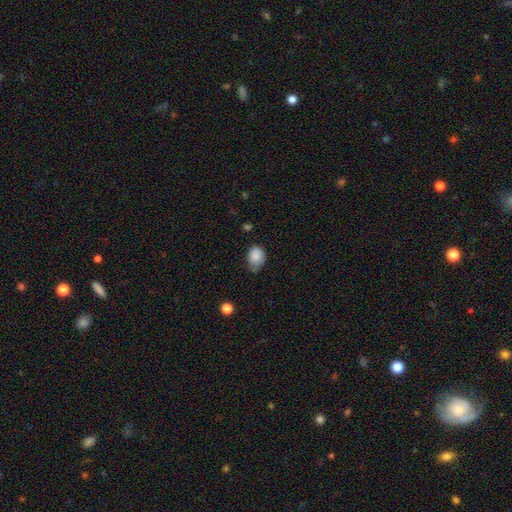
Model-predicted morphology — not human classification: smooth 86%, star or artifact 9%, featured or disk 5%. Down the decision tree: how rounded — in between (57%); merging — none (52%).